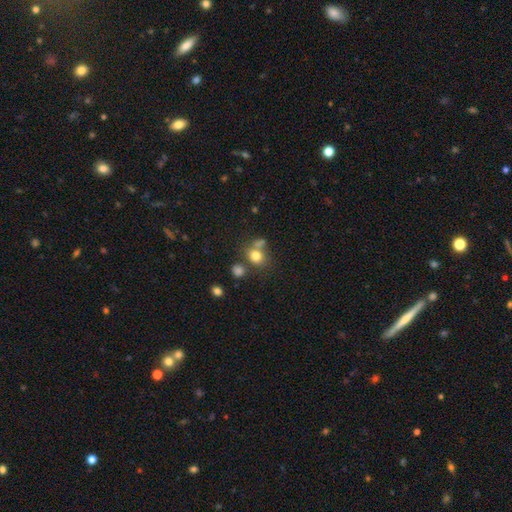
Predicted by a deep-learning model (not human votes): This appears to be a smooth galaxy with no disk features (78%) that is round (73%). Merging: none (55%).